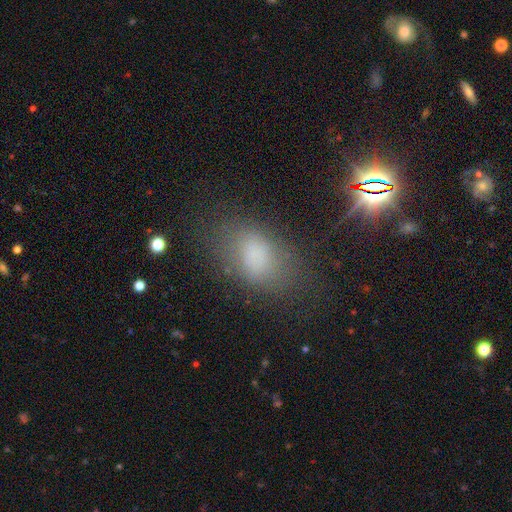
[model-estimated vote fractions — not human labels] This is likely a smooth galaxy (70%). How rounded: clearly in between (88%). Merging: likely none (64%).